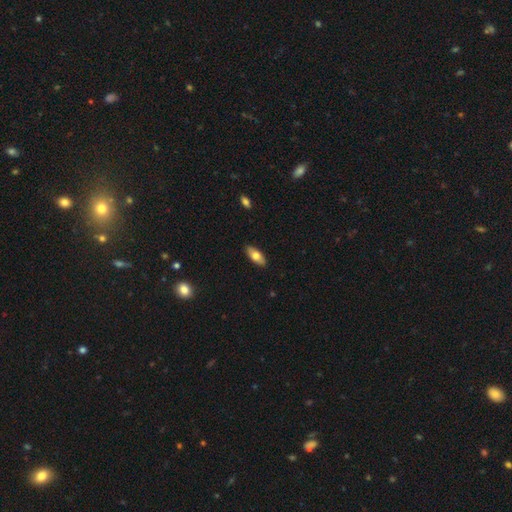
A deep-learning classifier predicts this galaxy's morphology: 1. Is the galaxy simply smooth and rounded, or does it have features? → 73% smooth, 21% featured or disk, 6% star or artifact.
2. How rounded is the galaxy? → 82% in between, 15% cigar-shaped, 2% round.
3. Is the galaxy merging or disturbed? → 88% none, 9% minor disturbance, 2% major disturbance, 1% merger.